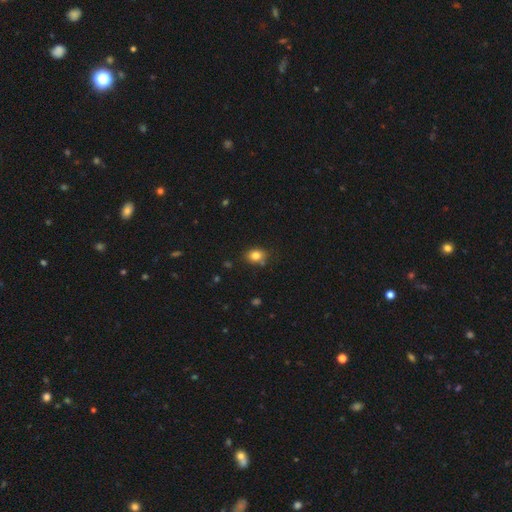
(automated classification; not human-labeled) Q: Smooth or featured?
A: smooth (81%); runner-up: star or artifact (11%)
Q: How rounded?
A: in between (56%); runner-up: round (43%)
Q: Merging?
A: none (77%); runner-up: minor disturbance (16%)